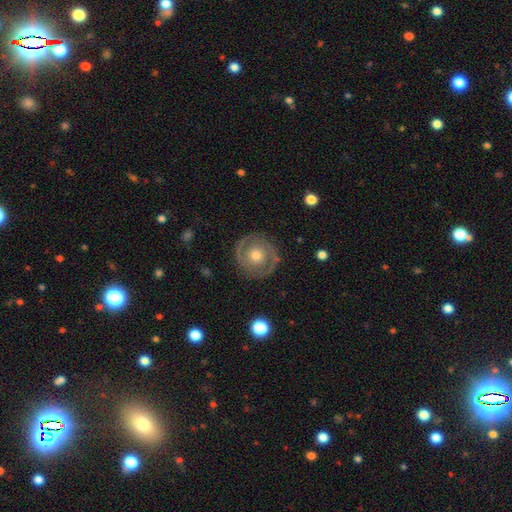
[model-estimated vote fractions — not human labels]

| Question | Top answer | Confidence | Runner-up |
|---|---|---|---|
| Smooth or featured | featured or disk | 76% | smooth (18%) |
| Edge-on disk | no | 97% | yes (3%) |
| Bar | no | 77% | weak (18%) |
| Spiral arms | yes | 78% | no (22%) |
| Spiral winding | tight | 62% | medium (30%) |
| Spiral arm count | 2 | 78% | can't tell (11%) |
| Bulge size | moderate | 69% | small (17%) |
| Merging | none | 86% | minor disturbance (9%) |